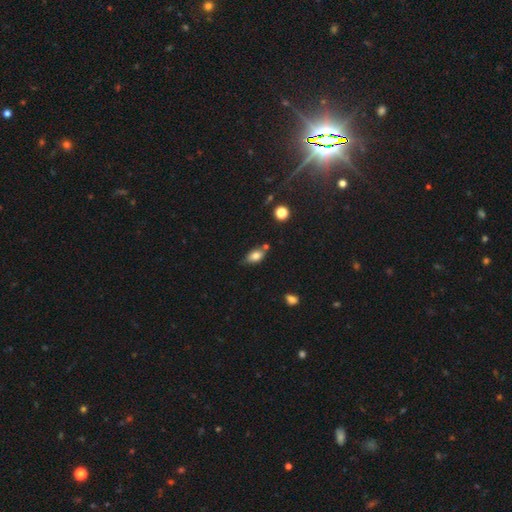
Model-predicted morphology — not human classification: A smooth galaxy with no disk features (78%) that is in between round and cigar-shaped (86%).

Vote fractions:
- Smooth or featured? smooth: 78% / featured or disk: 13% / star or artifact: 9%
- How rounded? in between: 86% / round: 10% / cigar-shaped: 4%
- Merging? none: 61% / minor disturbance: 23% / merger: 12% / major disturbance: 5%